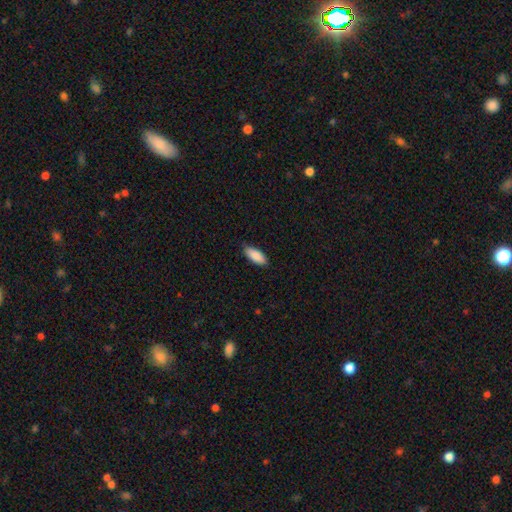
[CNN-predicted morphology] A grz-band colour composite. It shows a smooth galaxy with no disk features (89%) that is in between round and cigar-shaped (82%). Merging: none (86%).